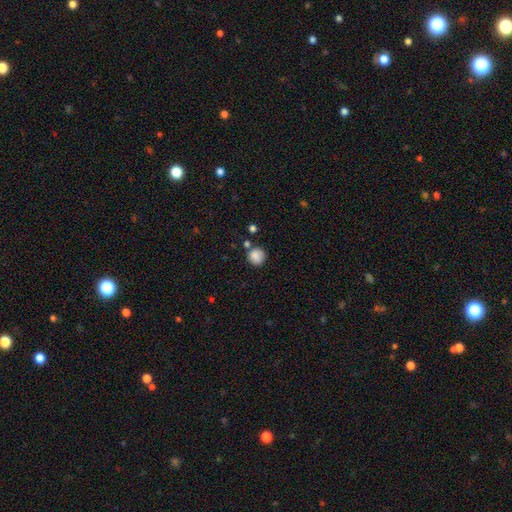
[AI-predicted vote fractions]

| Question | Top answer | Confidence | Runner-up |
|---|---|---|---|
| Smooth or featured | smooth | 86% | star or artifact (9%) |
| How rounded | round | 91% | in between (8%) |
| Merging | none | 75% | minor disturbance (13%) |